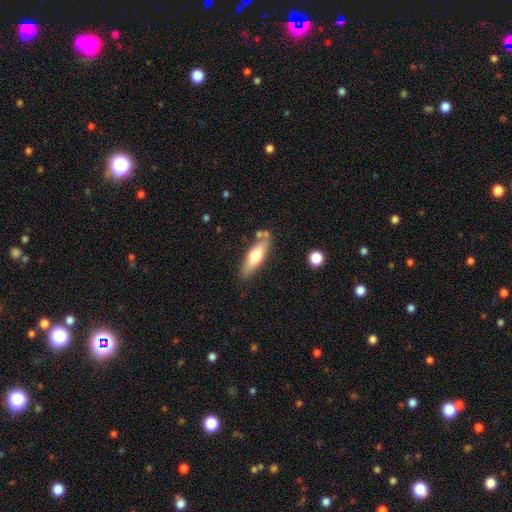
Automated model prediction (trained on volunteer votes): Smooth or featured? smooth (57%)
How rounded? cigar-shaped (56%)
Merging? none (76%)